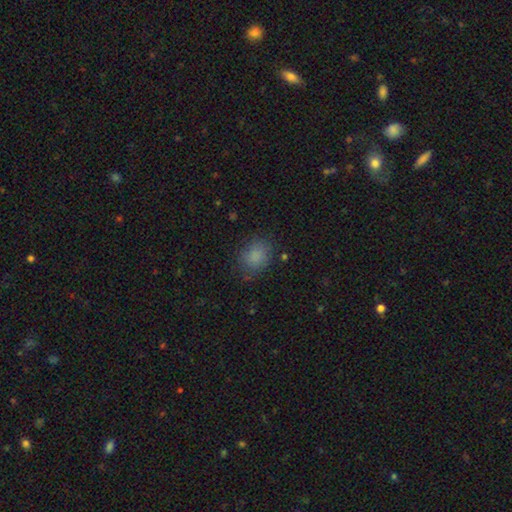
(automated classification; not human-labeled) smooth-or-featured: smooth: 84% | star or artifact: 10% | featured or disk: 5%
  how-rounded: round: 53% | in between: 46% | cigar-shaped: 1%
  merging: none: 76% | minor disturbance: 17% | major disturbance: 5% | merger: 2%